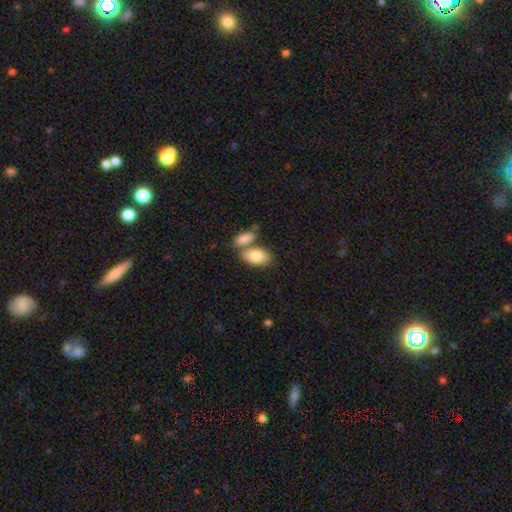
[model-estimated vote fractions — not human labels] This appears to be a smooth galaxy with no disk features (81%) that is in between round and cigar-shaped (93%). Merging: none (46%).